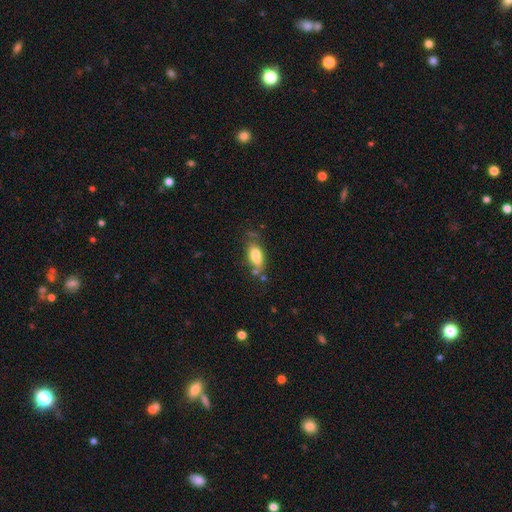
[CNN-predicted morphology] Smooth or featured?
  - smooth: 75% *
  - featured or disk: 16%
  - star or artifact: 9%
How rounded?
  - in between: 83% *
  - cigar-shaped: 13%
  - round: 4%
Merging?
  - none: 51% *
  - minor disturbance: 27%
  - merger: 11%
  - major disturbance: 11%